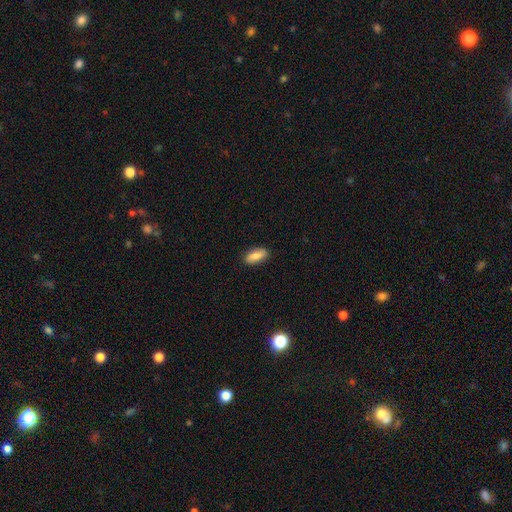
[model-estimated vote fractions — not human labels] smooth_or_featured: smooth (p=0.79) [alt: featured or disk p=0.14]
how_rounded: in between (p=0.83) [alt: cigar-shaped p=0.14]
merging: none (p=0.87) [alt: minor disturbance p=0.10]